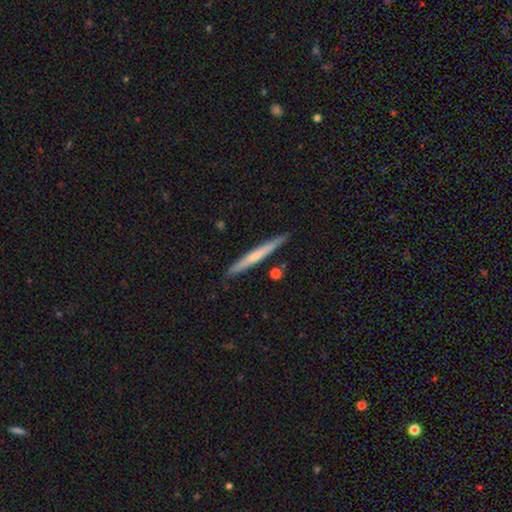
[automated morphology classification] A smooth galaxy with no disk features (47%, tied with featured or disk). Merging: none (88%).